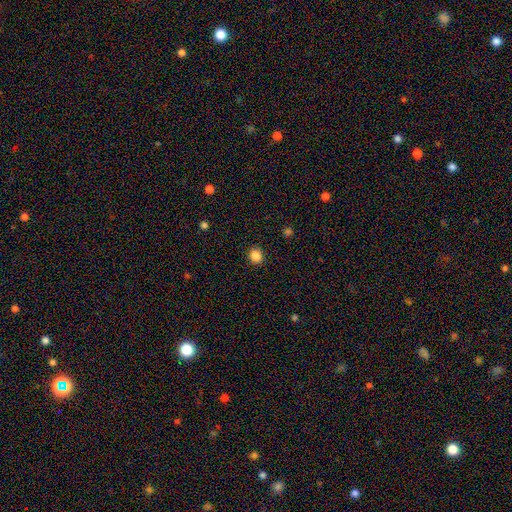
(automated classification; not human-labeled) smooth_or_featured: smooth (p=0.86) [alt: star or artifact p=0.11]
how_rounded: round (p=0.85) [alt: in between p=0.14]
merging: none (p=0.92) [alt: minor disturbance p=0.05]